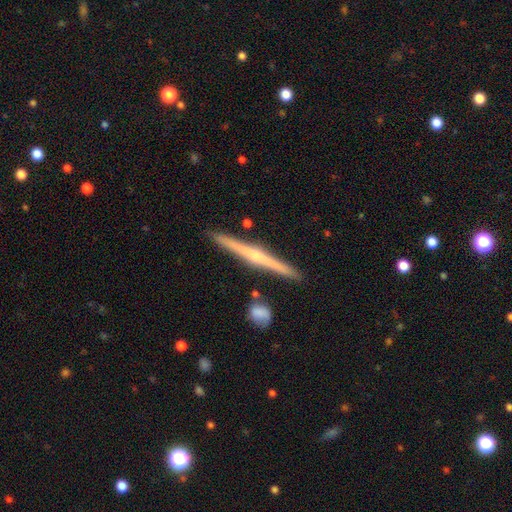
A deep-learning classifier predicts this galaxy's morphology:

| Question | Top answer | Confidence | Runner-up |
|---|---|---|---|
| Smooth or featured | featured or disk | 76% | smooth (19%) |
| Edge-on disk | yes | 98% | no (2%) |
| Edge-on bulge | rounded | 78% | none (17%) |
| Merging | none | 90% | minor disturbance (6%) |